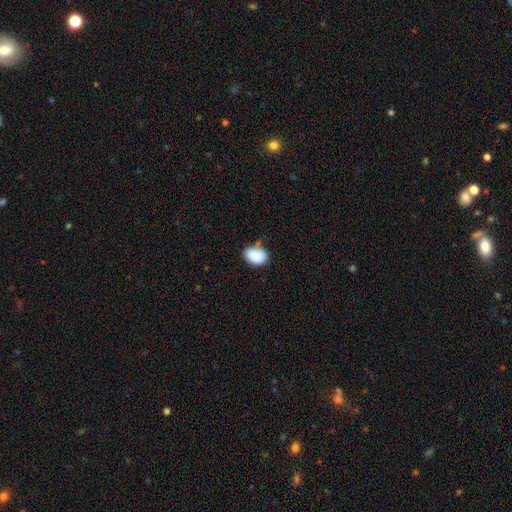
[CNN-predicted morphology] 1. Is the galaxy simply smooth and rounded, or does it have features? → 88% smooth, 7% star or artifact, 4% featured or disk.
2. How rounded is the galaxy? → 80% in between, 19% round, 1% cigar-shaped.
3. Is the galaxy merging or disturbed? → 66% none, 24% minor disturbance, 6% merger, 5% major disturbance.